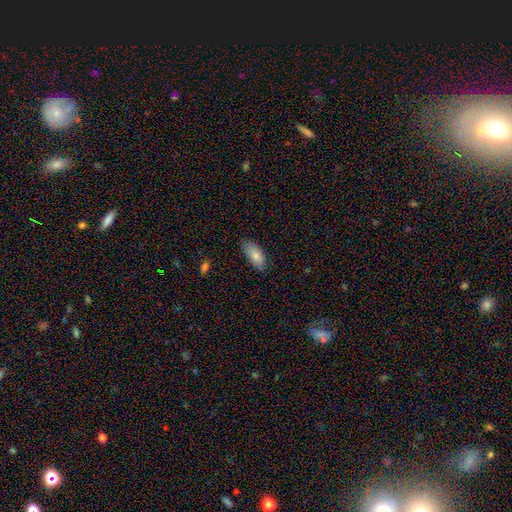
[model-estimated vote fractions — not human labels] Morphology: type=smooth (82%); roundness=in between (89%); merging=none (77%).